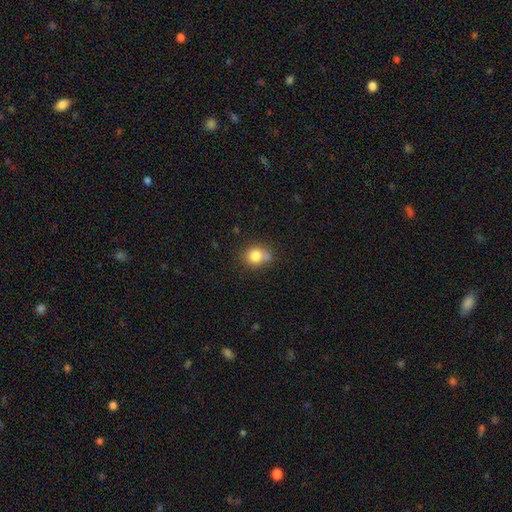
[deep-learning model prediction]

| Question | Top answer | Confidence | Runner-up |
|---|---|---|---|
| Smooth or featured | smooth | 80% | star or artifact (11%) |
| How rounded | round | 71% | in between (28%) |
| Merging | none | 56% | minor disturbance (22%) |